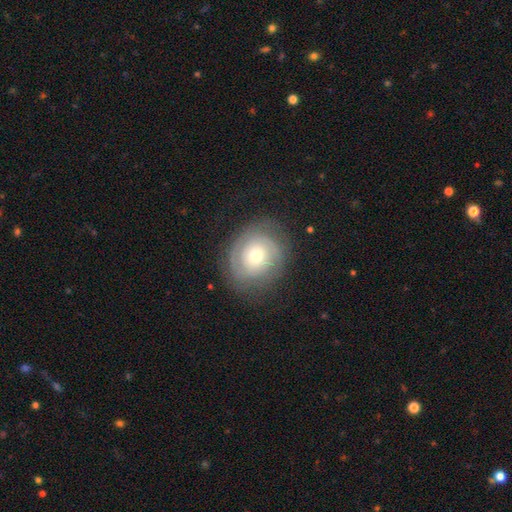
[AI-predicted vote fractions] Q: Smooth or featured?
A: featured or disk (66%); runner-up: smooth (26%)
Q: Edge-on disk?
A: no (97%); runner-up: yes (3%)
Q: Bar?
A: no (81%); runner-up: weak (15%)
Q: Spiral arms?
A: yes (81%); runner-up: no (19%)
Q: Spiral winding?
A: tight (73%); runner-up: medium (20%)
Q: Spiral arm count?
A: 2 (42%); runner-up: can't tell (35%)
Q: Bulge size?
A: moderate (55%); runner-up: small (37%)
Q: Merging?
A: none (78%); runner-up: minor disturbance (14%)